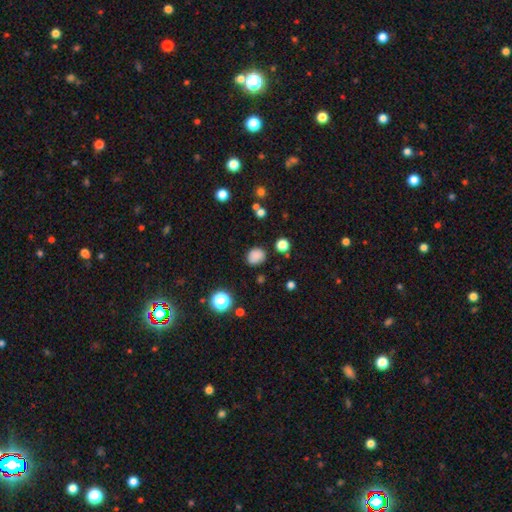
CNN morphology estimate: Smooth or featured? smooth (82%)
How rounded? round (51%)
Merging? none (80%)